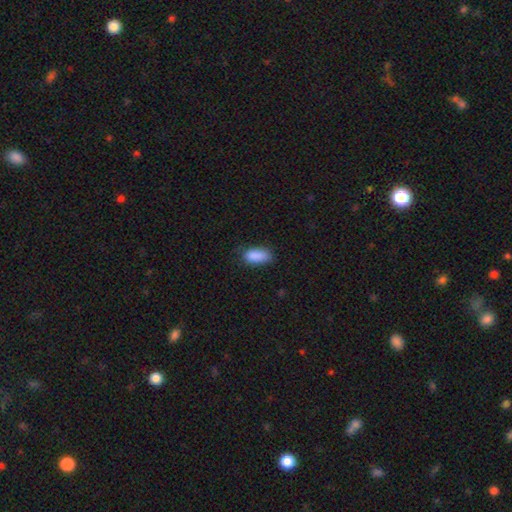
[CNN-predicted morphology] Smooth or featured? smooth (88%)
How rounded? in between (89%)
Merging? none (66%)